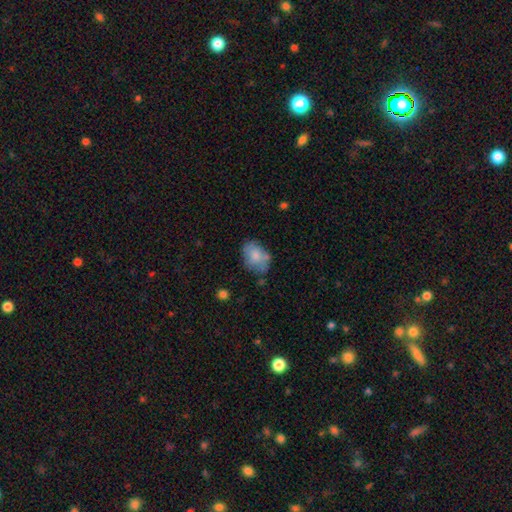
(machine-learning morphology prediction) This appears to be a smooth galaxy with no disk features (73%) that is in between round and cigar-shaped (78%). Merging: none (55%).